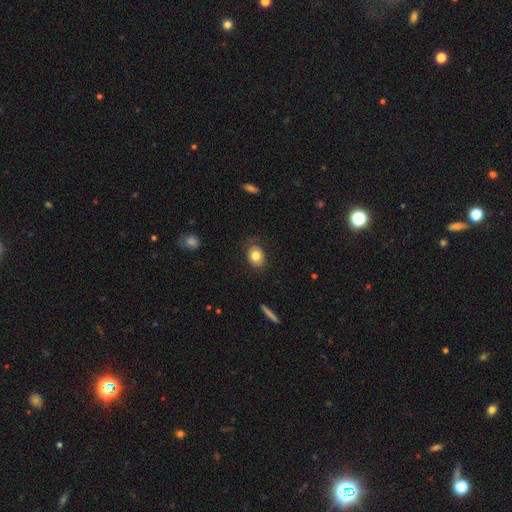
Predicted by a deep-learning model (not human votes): A smooth galaxy with no disk features (79%) that is in between round and cigar-shaped (56%).

Vote fractions:
- Smooth or featured? smooth: 79% / featured or disk: 12% / star or artifact: 9%
- How rounded? in between: 56% / round: 43% / cigar-shaped: 1%
- Merging? none: 80% / minor disturbance: 15% / major disturbance: 3% / merger: 1%